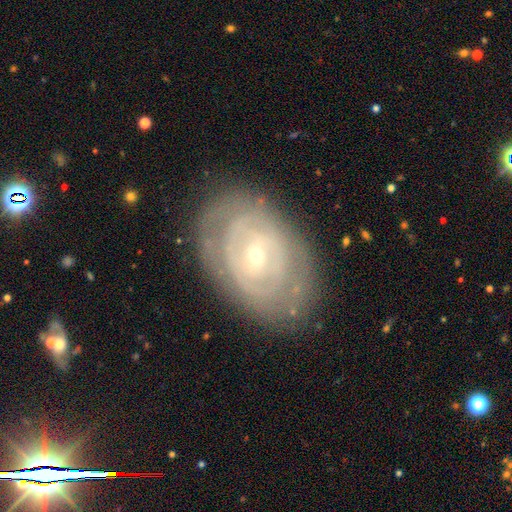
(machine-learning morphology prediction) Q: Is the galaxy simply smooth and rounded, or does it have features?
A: featured or disk — 78%.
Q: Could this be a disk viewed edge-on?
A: no — 95%.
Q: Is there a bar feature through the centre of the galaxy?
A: no — 59%.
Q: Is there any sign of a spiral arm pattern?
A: yes — 68%.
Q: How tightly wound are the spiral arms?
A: tight — 77%.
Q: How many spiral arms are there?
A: can't tell — 55%.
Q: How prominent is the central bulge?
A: small — 75%.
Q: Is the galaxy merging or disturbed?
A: none — 79%.